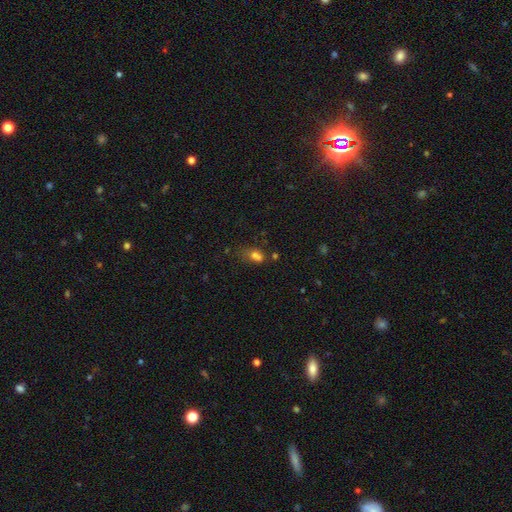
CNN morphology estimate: Smooth or featured? Predicted: smooth (p=0.69). How rounded? Predicted: in between (p=0.69). Merging? Predicted: none (p=0.35).